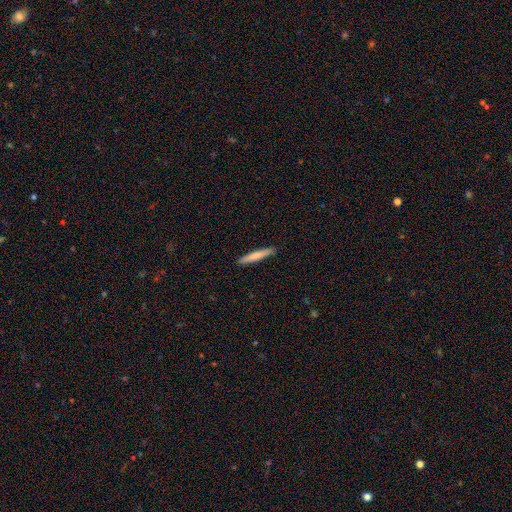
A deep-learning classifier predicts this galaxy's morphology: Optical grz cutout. It shows a smooth galaxy with no disk features (72%) that is cigar-shaped (94%). Merging: none (91%).